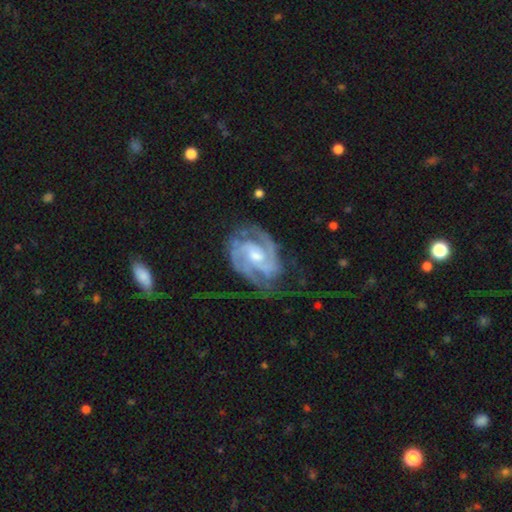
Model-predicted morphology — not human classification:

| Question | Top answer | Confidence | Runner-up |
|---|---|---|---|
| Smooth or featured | featured or disk | 92% | smooth (4%) |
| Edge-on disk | no | 98% | yes (2%) |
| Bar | weak | 45% | no (40%) |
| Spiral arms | yes | 98% | no (2%) |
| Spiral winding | tight | 51% | medium (42%) |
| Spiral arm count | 2 | 66% | 3 (18%) |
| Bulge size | moderate | 52% | small (40%) |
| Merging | none | 69% | minor disturbance (20%) |